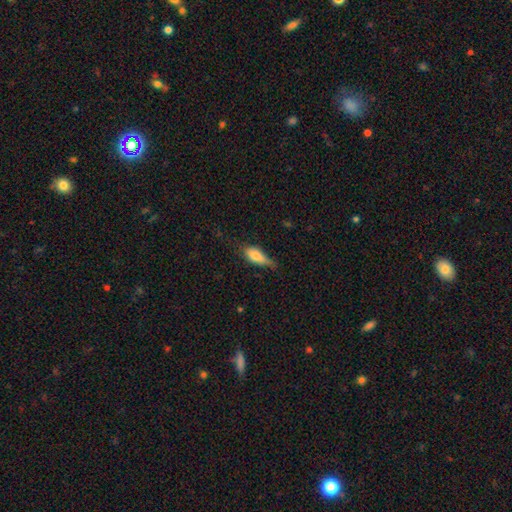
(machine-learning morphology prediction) smooth-or-featured: smooth: 68% | featured or disk: 24% | star or artifact: 8%
  how-rounded: in between: 72% | cigar-shaped: 24% | round: 4%
  merging: none: 46% | minor disturbance: 36% | major disturbance: 15% | merger: 2%